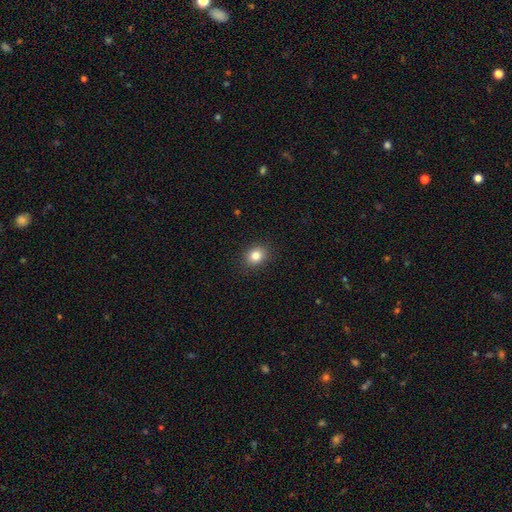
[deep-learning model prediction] This appears to be a smooth galaxy with no disk features (83%) that is round (62%). Merging: none (89%).